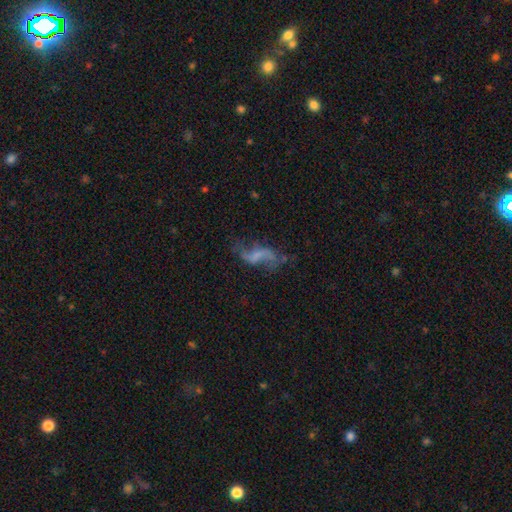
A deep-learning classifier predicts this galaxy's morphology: Q: Smooth or featured?
A: featured or disk (70%); runner-up: smooth (20%)
Q: Edge-on disk?
A: no (94%); runner-up: yes (6%)
Q: Bar?
A: no (41%); runner-up: weak (40%)
Q: Spiral arms?
A: yes (81%); runner-up: no (19%)
Q: Spiral winding?
A: loose (88%); runner-up: medium (10%)
Q: Spiral arm count?
A: 2 (87%); runner-up: 1 (6%)
Q: Bulge size?
A: none (63%); runner-up: small (23%)
Q: Merging?
A: none (52%); runner-up: major disturbance (22%)